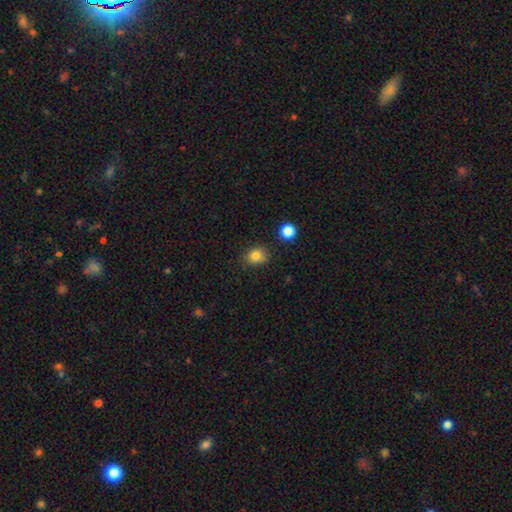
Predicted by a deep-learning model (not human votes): smooth_or_featured: smooth (p=0.82) [alt: star or artifact p=0.12]
how_rounded: round (p=0.61) [alt: in between p=0.38]
merging: none (p=0.76) [alt: minor disturbance p=0.17]